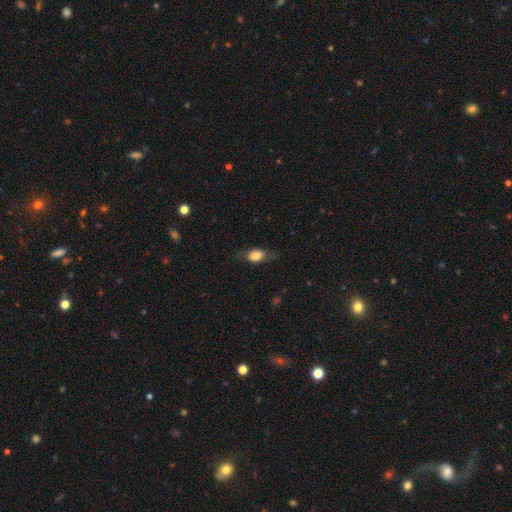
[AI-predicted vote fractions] Smooth or featured? Predicted: smooth (p=0.74). How rounded? Predicted: in between (p=0.78). Merging? Predicted: none (p=0.71).